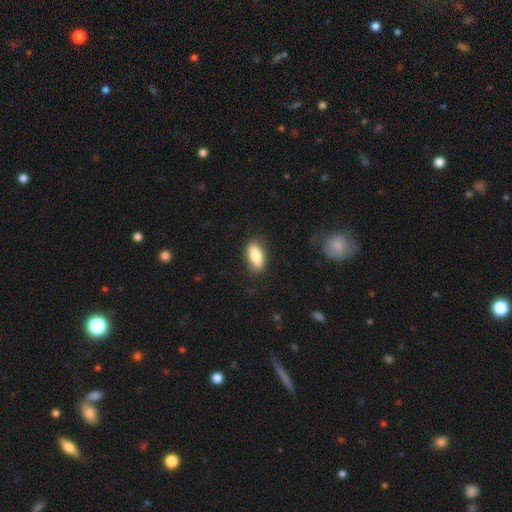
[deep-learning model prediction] A smooth galaxy with no disk features (78%) that is in between round and cigar-shaped (82%).

Vote fractions:
- Smooth or featured? smooth: 78% / featured or disk: 15% / star or artifact: 6%
- How rounded? in between: 82% / cigar-shaped: 14% / round: 4%
- Merging? none: 85% / minor disturbance: 11% / major disturbance: 3% / merger: 1%